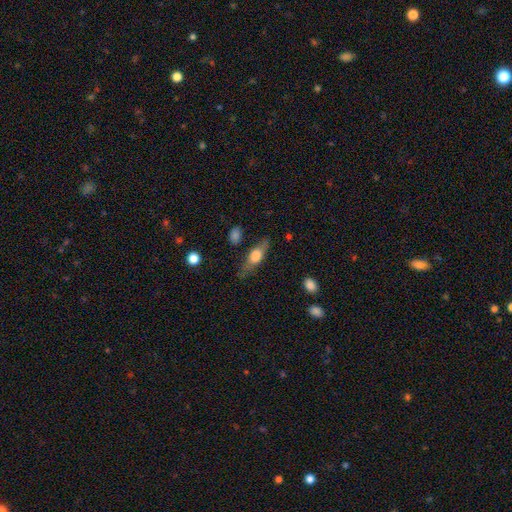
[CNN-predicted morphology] Overall: featured or disk (47%; smooth 46%). Merging: none (74%).